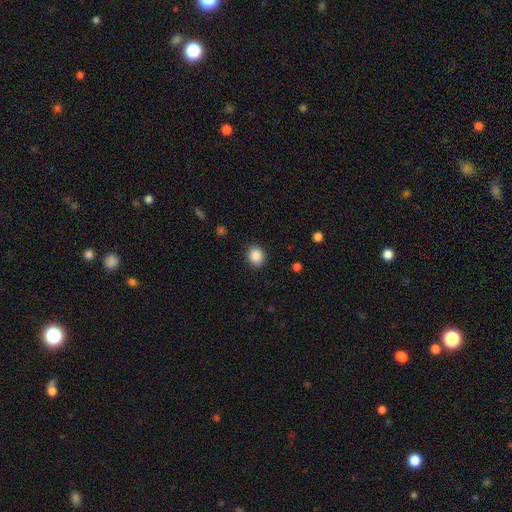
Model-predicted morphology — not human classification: This is clearly a smooth galaxy (87%). How rounded: likely round (65%). Merging: clearly none (89%).